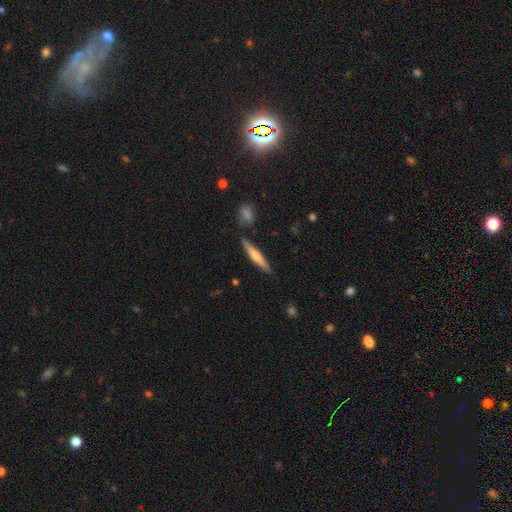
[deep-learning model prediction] Overall: smooth (49%; featured or disk 45%). Merging: none (85%).